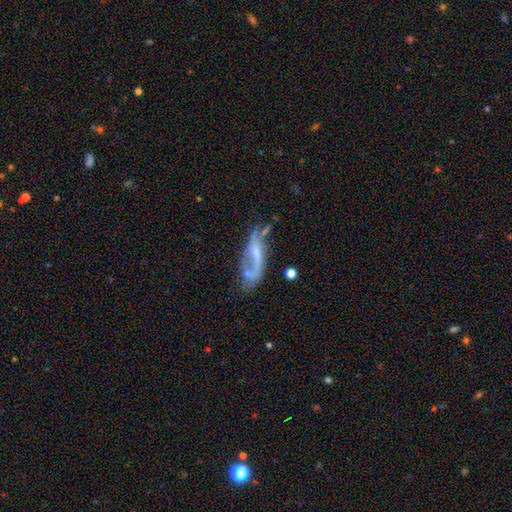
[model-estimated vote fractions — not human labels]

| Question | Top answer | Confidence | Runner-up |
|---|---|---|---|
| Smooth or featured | featured or disk | 71% | smooth (20%) |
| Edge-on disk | no | 85% | yes (15%) |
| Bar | no | 47% | weak (36%) |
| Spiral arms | yes | 70% | no (30%) |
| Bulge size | small | 51% | none (23%) |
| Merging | none | 41% | major disturbance (25%) |